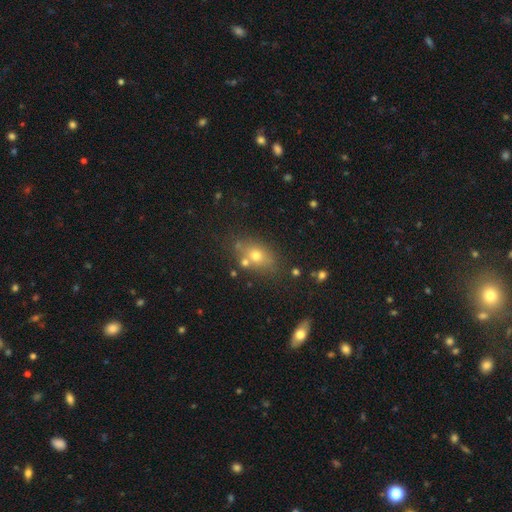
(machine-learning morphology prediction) type=smooth (66%); roundness=in between (67%); merging=none (68%).